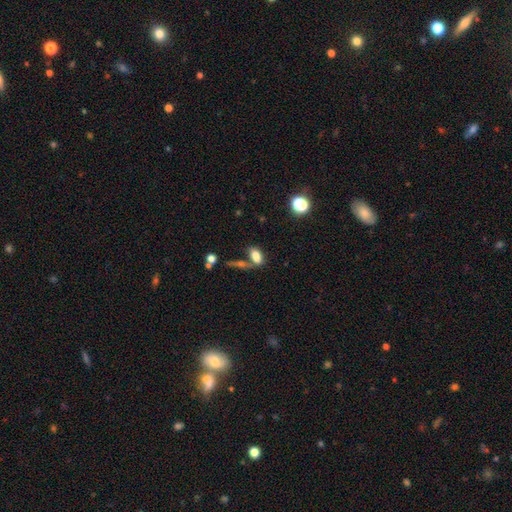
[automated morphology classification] Overall: smooth (76%). How rounded: in between (83%). Merging: none (50%; merger 30%).